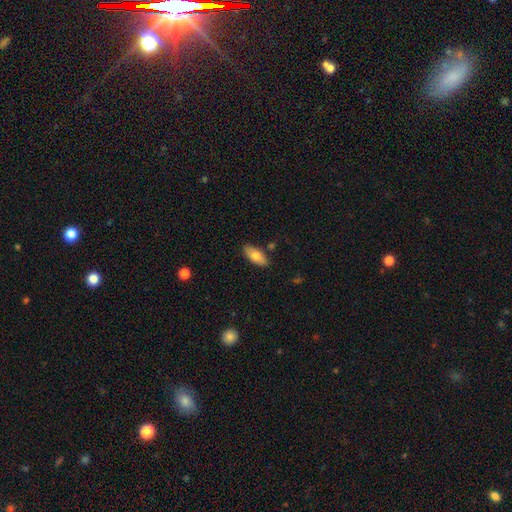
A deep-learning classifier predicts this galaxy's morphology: Smooth or featured?
  - smooth: 74% *
  - featured or disk: 20%
  - star or artifact: 6%
How rounded?
  - in between: 87% *
  - cigar-shaped: 11%
  - round: 2%
Merging?
  - none: 85% *
  - minor disturbance: 11%
  - merger: 2%
  - major disturbance: 2%